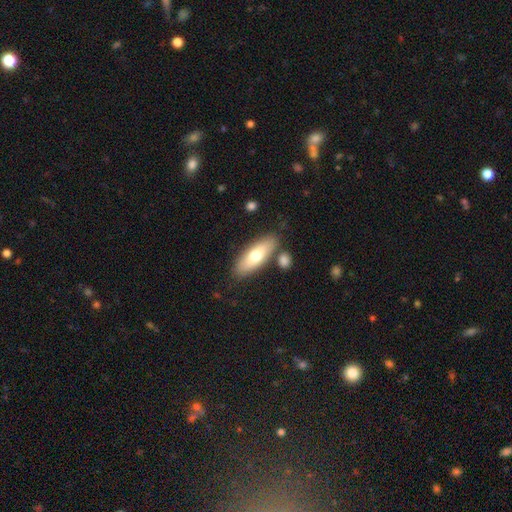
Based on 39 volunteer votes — Smooth or featured? 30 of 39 (77%) said smooth. How rounded? 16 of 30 (53%) said in between. Merging? 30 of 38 (79%) said none.